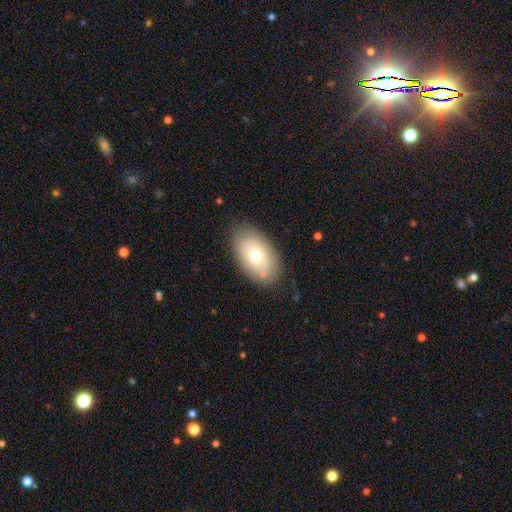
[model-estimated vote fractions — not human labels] Smooth or featured?
  - smooth: 71% *
  - featured or disk: 21%
  - star or artifact: 8%
How rounded?
  - in between: 91% *
  - round: 7%
  - cigar-shaped: 1%
Merging?
  - none: 81% *
  - minor disturbance: 13%
  - major disturbance: 4%
  - merger: 2%